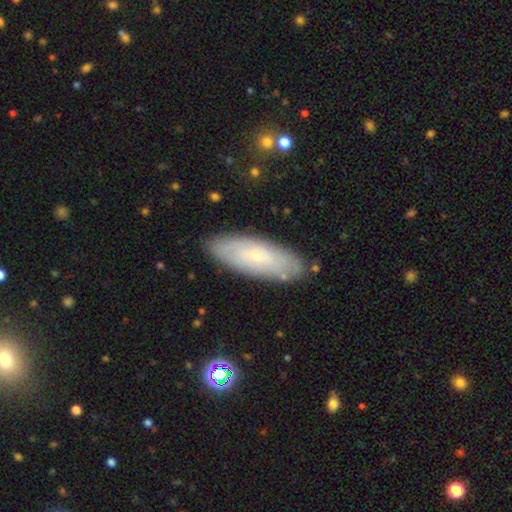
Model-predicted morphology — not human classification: smooth_or_featured: smooth (p=0.55) [alt: featured or disk p=0.38]
how_rounded: in between (p=0.68) [alt: cigar-shaped p=0.30]
merging: none (p=0.84) [alt: minor disturbance p=0.12]